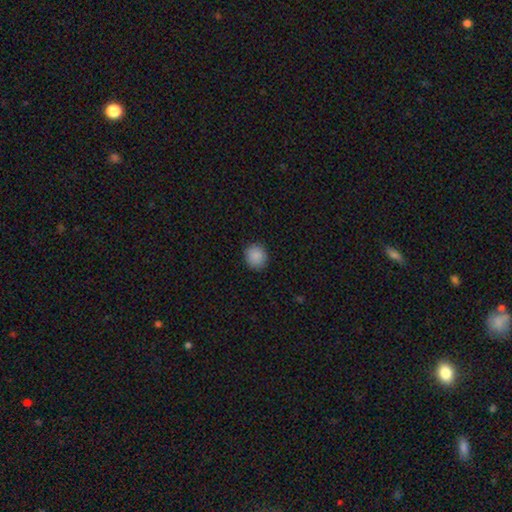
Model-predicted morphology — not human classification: A smooth galaxy with no disk features (88%) that is round (83%).

Vote fractions:
- Smooth or featured? smooth: 88% / star or artifact: 8% / featured or disk: 4%
- How rounded? round: 83% / in between: 16% / cigar-shaped: 1%
- Merging? none: 89% / minor disturbance: 8% / major disturbance: 2% / merger: 1%